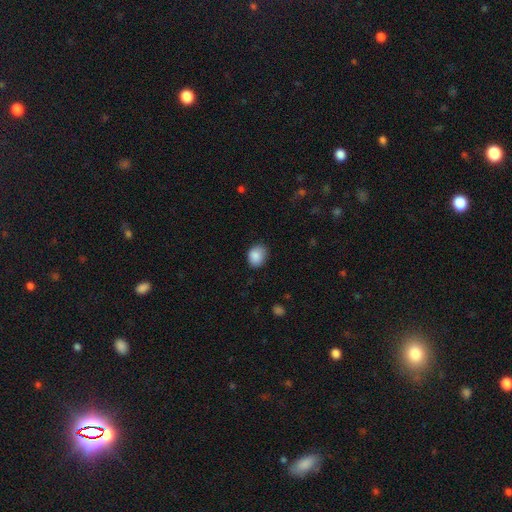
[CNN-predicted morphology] Q: Smooth or featured?
A: smooth (88%); runner-up: star or artifact (8%)
Q: How rounded?
A: round (55%); runner-up: in between (45%)
Q: Merging?
A: none (77%); runner-up: minor disturbance (19%)